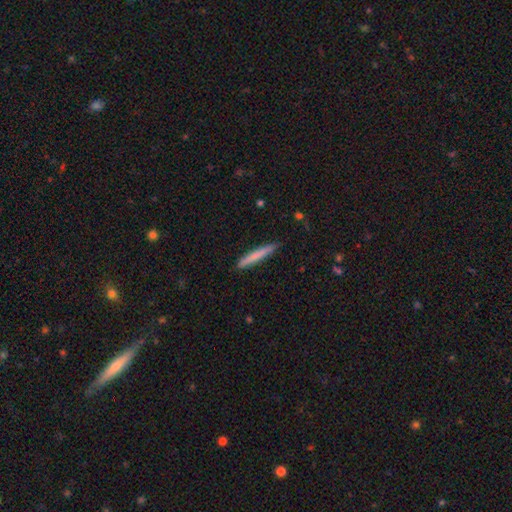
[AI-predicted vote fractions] This is likely a smooth galaxy (72%). How rounded: clearly cigar-shaped (96%). Merging: clearly none (88%).